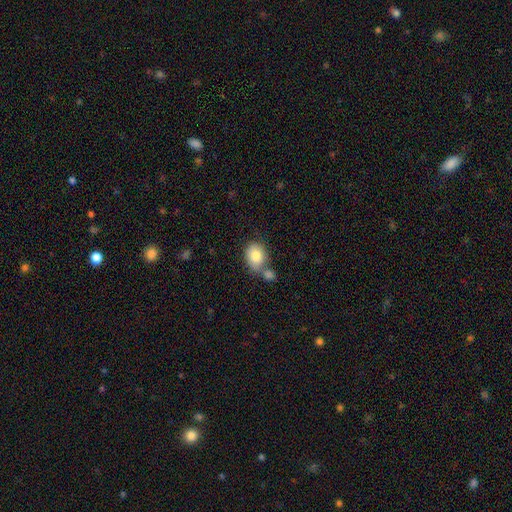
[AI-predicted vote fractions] This is clearly a smooth galaxy (81%). How rounded: possibly in between (55%). Merging: possibly none (47%).